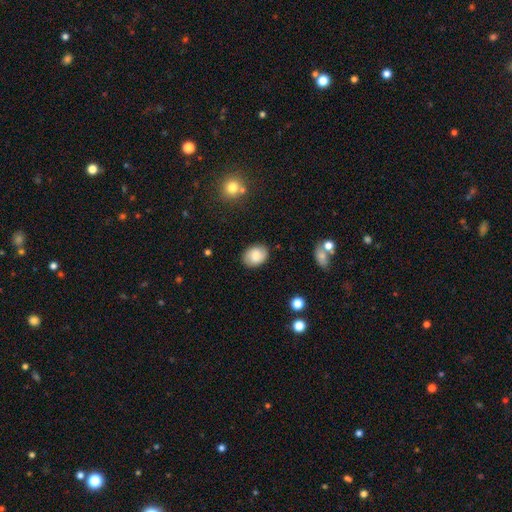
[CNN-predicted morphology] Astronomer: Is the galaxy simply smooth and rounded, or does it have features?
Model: smooth — 74%.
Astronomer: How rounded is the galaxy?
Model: in between — 69%.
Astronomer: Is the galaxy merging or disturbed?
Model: none — 85%.